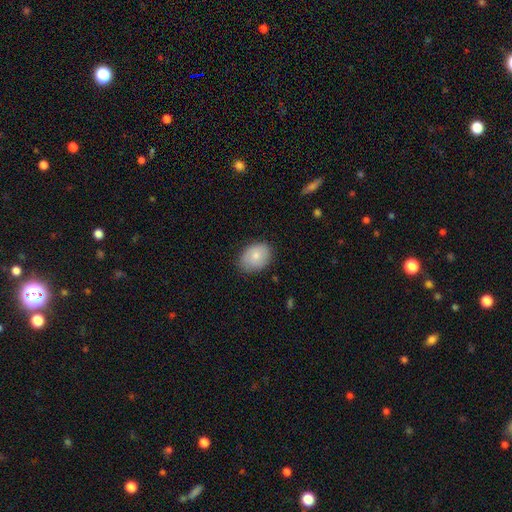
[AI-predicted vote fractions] This is clearly a smooth galaxy (81%). How rounded: likely in between (72%). Merging: likely none (78%).